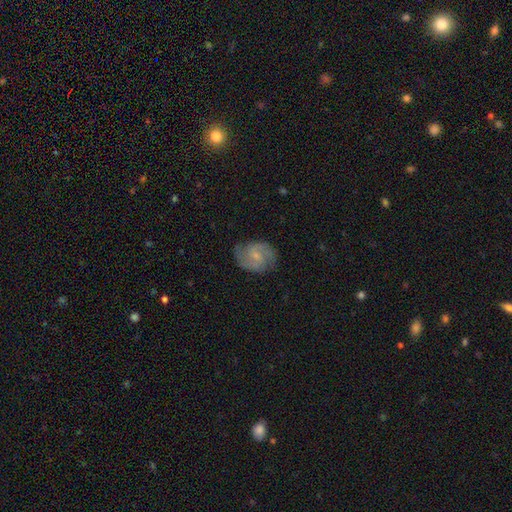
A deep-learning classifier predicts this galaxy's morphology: Smooth or featured? Predicted: featured or disk (p=0.76). Edge-on disk? Predicted: no (p=0.98). Bar? Predicted: weak (p=0.51). Spiral arms? Predicted: yes (p=0.94). Spiral winding? Predicted: medium (p=0.53). Spiral arm count? Predicted: 2 (p=0.83). Bulge size? Predicted: small (p=0.60). Merging? Predicted: none (p=0.76).